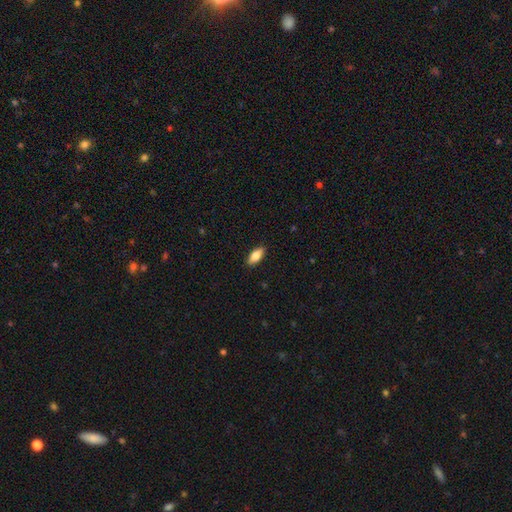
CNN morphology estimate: This appears to be a smooth galaxy with no disk features (80%) that is in between round and cigar-shaped (82%). Merging: none (89%).